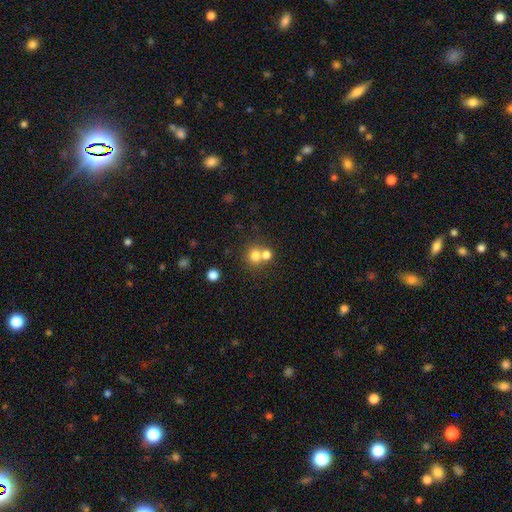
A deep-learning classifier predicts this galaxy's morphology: This is likely a smooth galaxy (75%). How rounded: clearly round (86%). Merging: possibly none (50%).